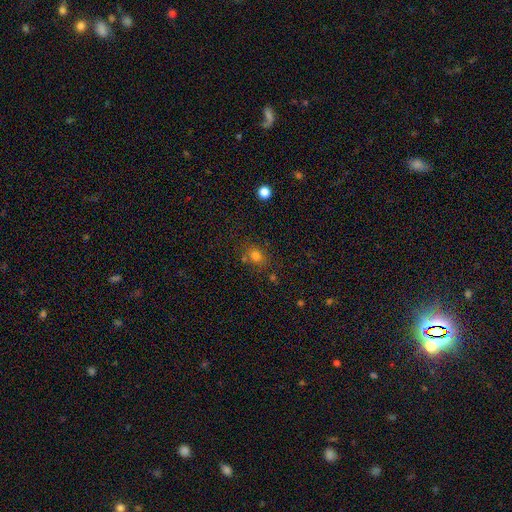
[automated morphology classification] Smooth or featured: smooth — 77% (star or artifact — 15%)
How rounded: round — 56% (in between — 43%)
Merging: none — 72% (minor disturbance — 14%)